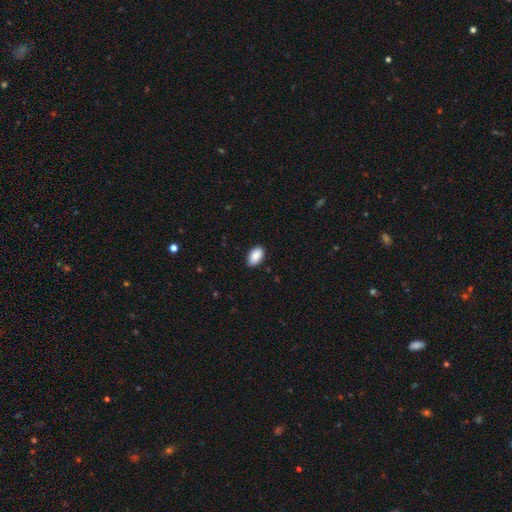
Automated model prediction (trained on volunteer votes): The model was most divided on "merging": none: 83%, minor disturbance: 14%, major disturbance: 2%, merger: 1%. More confident: how rounded — in between (93%); smooth or featured — smooth (89%).